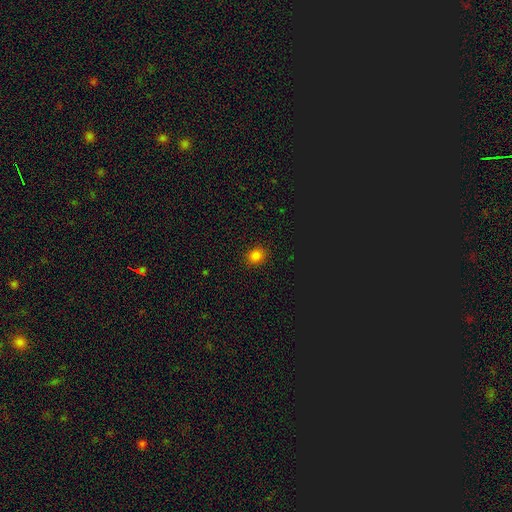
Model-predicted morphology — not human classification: Smooth or featured? smooth (80%)
How rounded? round (60%)
Merging? none (89%)